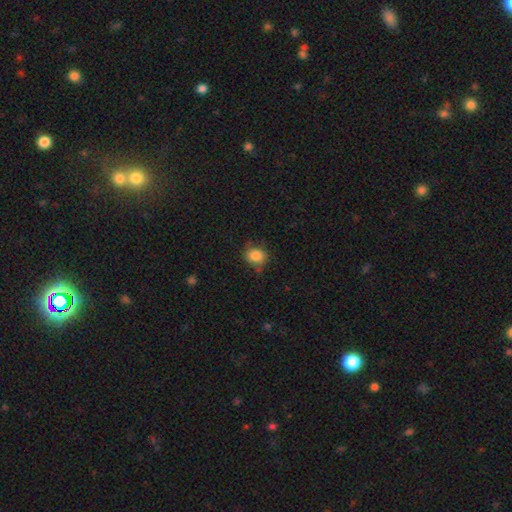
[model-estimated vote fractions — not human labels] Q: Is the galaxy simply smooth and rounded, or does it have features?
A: smooth — 85%.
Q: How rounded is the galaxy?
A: round — 64%.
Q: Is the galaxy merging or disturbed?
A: none — 74%.